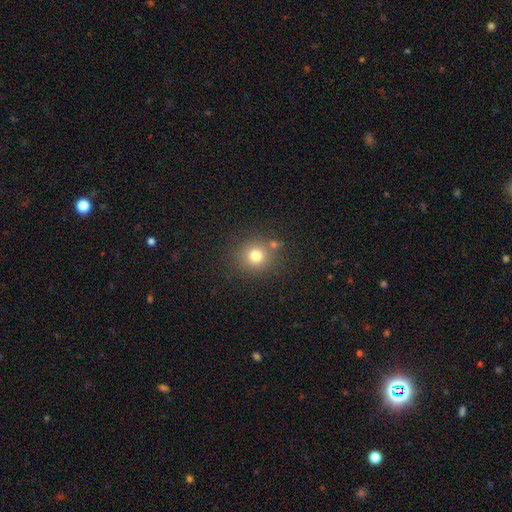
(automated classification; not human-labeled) Q: Smooth or featured?
A: smooth (77%); runner-up: star or artifact (15%)
Q: How rounded?
A: round (88%); runner-up: in between (12%)
Q: Merging?
A: none (76%); runner-up: merger (11%)